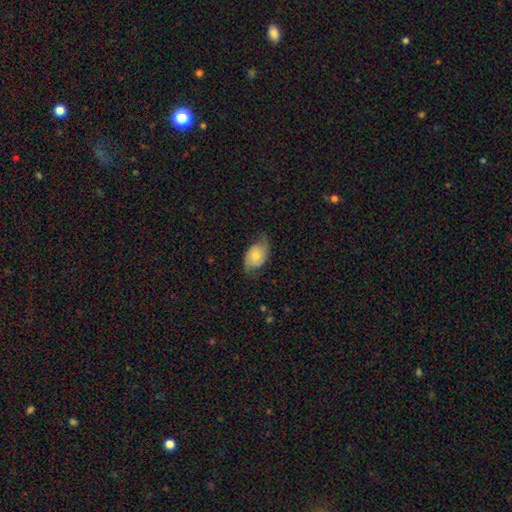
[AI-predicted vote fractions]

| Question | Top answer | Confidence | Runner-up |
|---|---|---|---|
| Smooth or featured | featured or disk | 53% | smooth (40%) |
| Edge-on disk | no | 95% | yes (5%) |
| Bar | no | 77% | weak (19%) |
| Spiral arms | yes | 84% | no (16%) |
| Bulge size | moderate | 46% | small (42%) |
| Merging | none | 63% | minor disturbance (25%) |